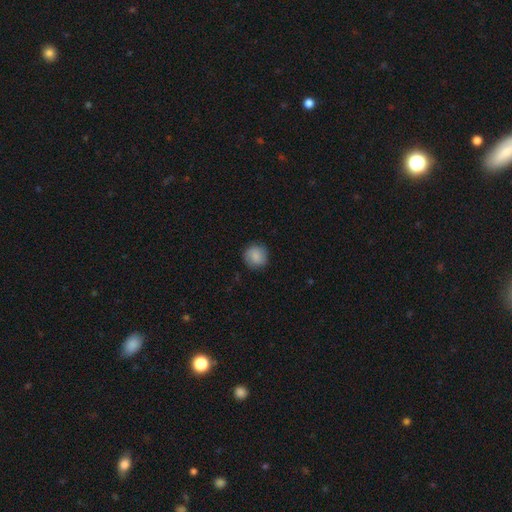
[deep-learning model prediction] This is likely a smooth galaxy (79%). How rounded: clearly round (92%). Merging: clearly none (87%).